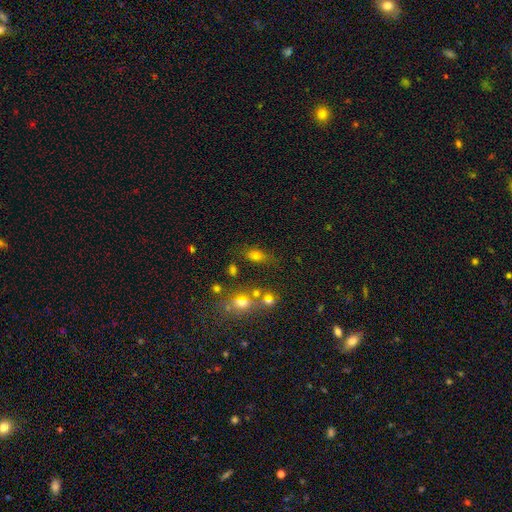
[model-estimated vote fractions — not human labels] A smooth galaxy with no disk features (70%) that is in between round and cigar-shaped (75%).

Vote fractions:
- Smooth or featured? smooth: 70% / star or artifact: 18% / featured or disk: 13%
- How rounded? in between: 75% / round: 18% / cigar-shaped: 6%
- Merging? none: 65% / minor disturbance: 17% / merger: 11% / major disturbance: 7%